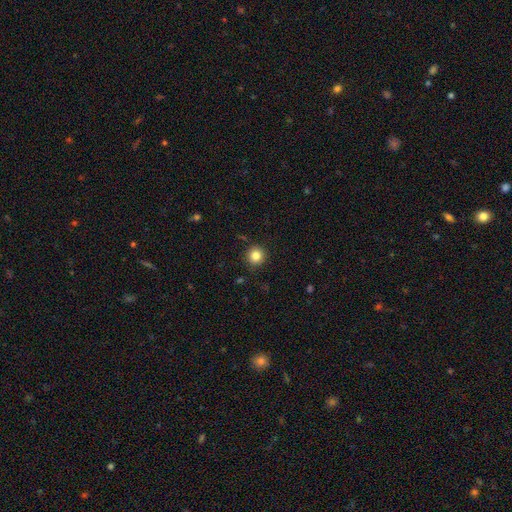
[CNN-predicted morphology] This is clearly a smooth galaxy (84%). How rounded: clearly round (94%). Merging: clearly none (90%).